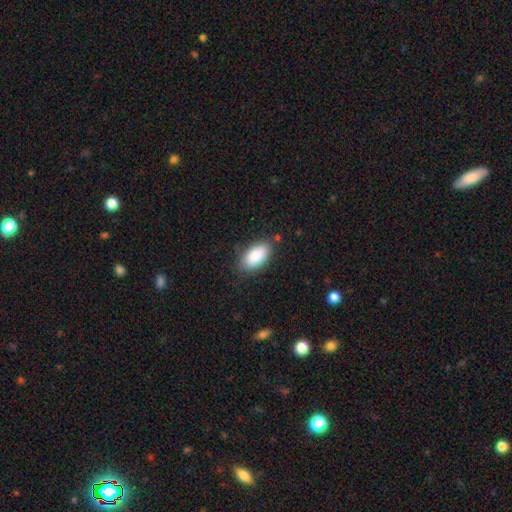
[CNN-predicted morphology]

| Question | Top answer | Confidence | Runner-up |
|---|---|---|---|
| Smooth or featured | smooth | 86% | featured or disk (8%) |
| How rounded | in between | 93% | cigar-shaped (4%) |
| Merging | none | 80% | minor disturbance (14%) |